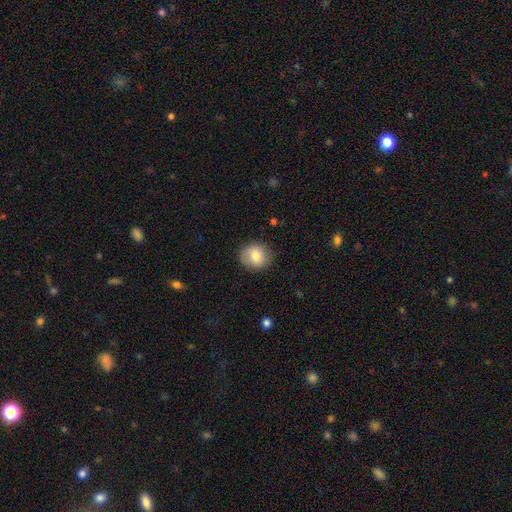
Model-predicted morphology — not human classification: Smooth or featured?
  - smooth: 80% *
  - featured or disk: 12%
  - star or artifact: 8%
How rounded?
  - round: 76% *
  - in between: 23%
  - cigar-shaped: 1%
Merging?
  - none: 84% *
  - minor disturbance: 12%
  - major disturbance: 3%
  - merger: 1%